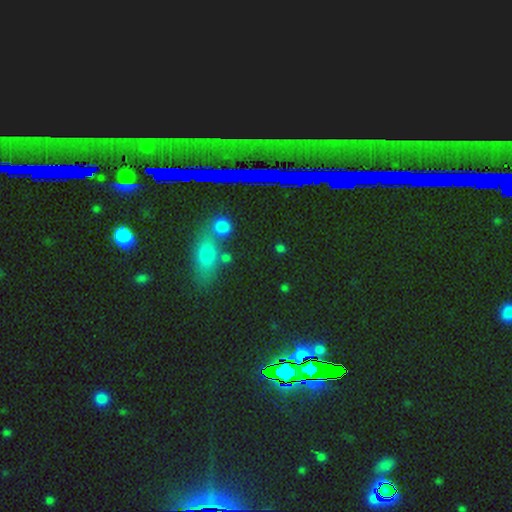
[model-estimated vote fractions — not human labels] Smooth or featured? Predicted: star or artifact (p=0.68).